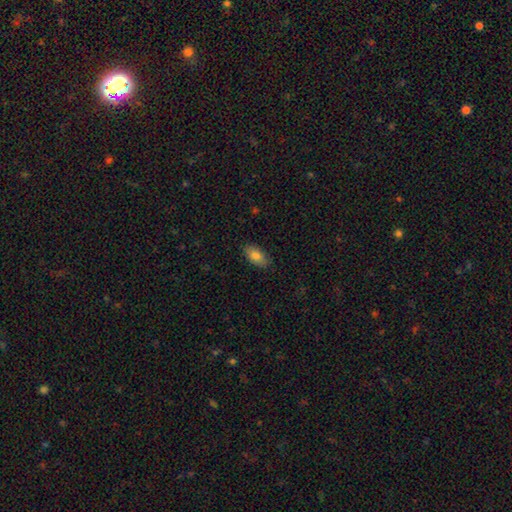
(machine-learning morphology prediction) This is clearly a smooth galaxy (83%). How rounded: clearly in between (92%). Merging: clearly none (86%).